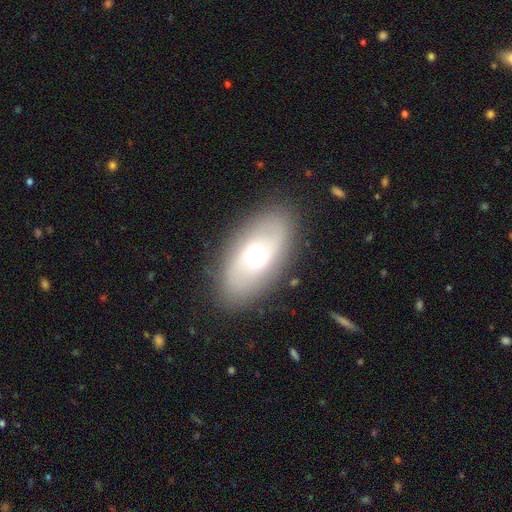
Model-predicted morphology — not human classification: smooth_or_featured: smooth (p=0.48) [alt: featured or disk p=0.43]
merging: none (p=0.85) [alt: minor disturbance p=0.10]